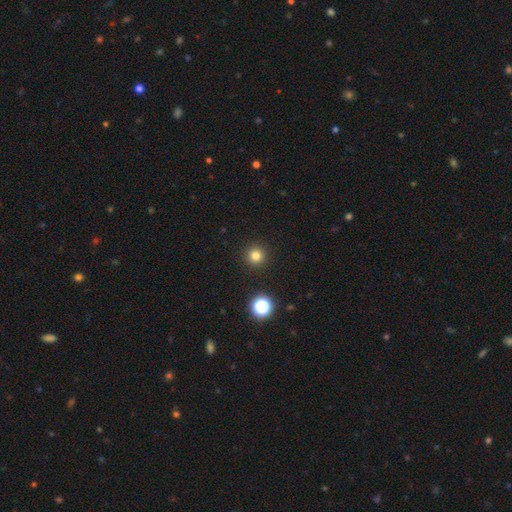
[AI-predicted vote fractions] The model was most divided on "smooth or featured": smooth: 79%, star or artifact: 15%, featured or disk: 6%. More confident: how rounded — round (96%); merging — none (93%).